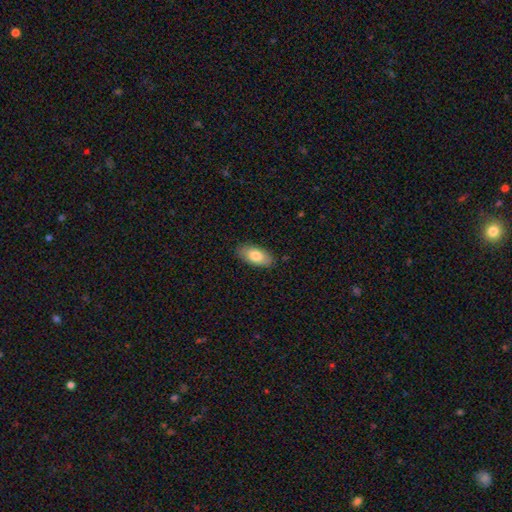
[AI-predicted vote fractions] Smooth or featured? smooth (80%)
How rounded? in between (92%)
Merging? none (86%)